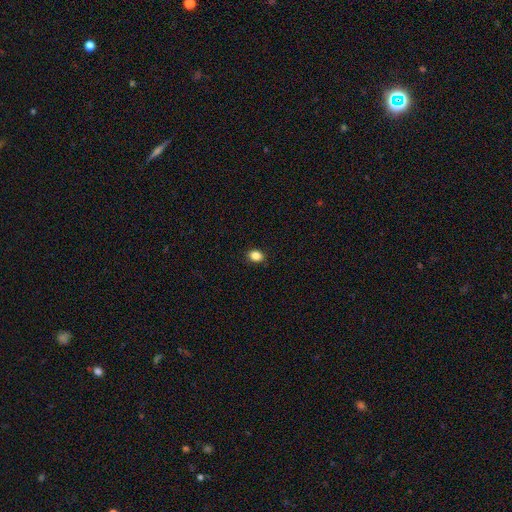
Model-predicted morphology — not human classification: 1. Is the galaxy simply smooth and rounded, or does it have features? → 86% smooth, 10% star or artifact, 4% featured or disk.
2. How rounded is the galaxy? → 57% in between, 42% round, 1% cigar-shaped.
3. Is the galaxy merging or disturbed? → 90% none, 7% minor disturbance, 2% major disturbance, 1% merger.